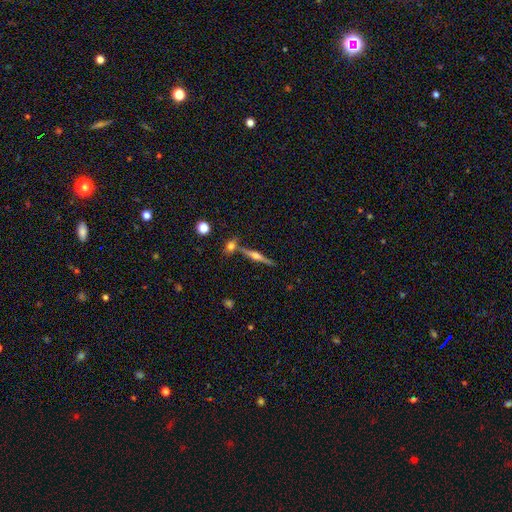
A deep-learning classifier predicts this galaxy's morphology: The model was most divided on "smooth or featured": featured or disk: 76%, smooth: 17%, star or artifact: 7%. More confident: edge-on disk — yes (98%); edge-on bulge — rounded (91%); merging — none (77%).